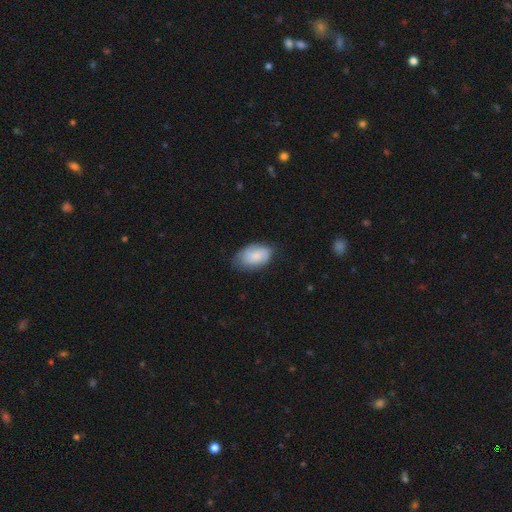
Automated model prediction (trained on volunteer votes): This is likely a smooth galaxy (79%). How rounded: clearly in between (92%). Merging: likely none (64%).